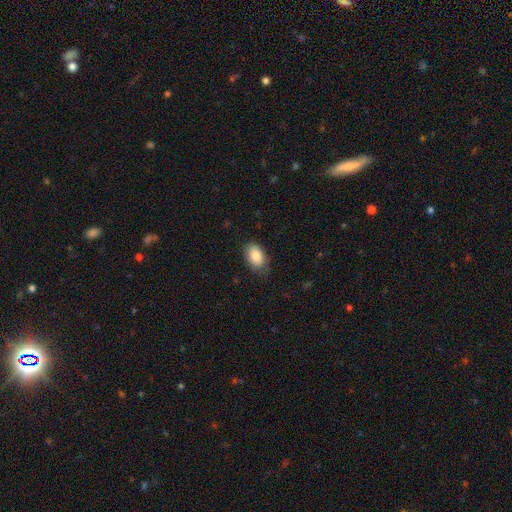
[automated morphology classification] This is clearly a smooth galaxy (86%). How rounded: clearly in between (92%). Merging: likely none (71%).